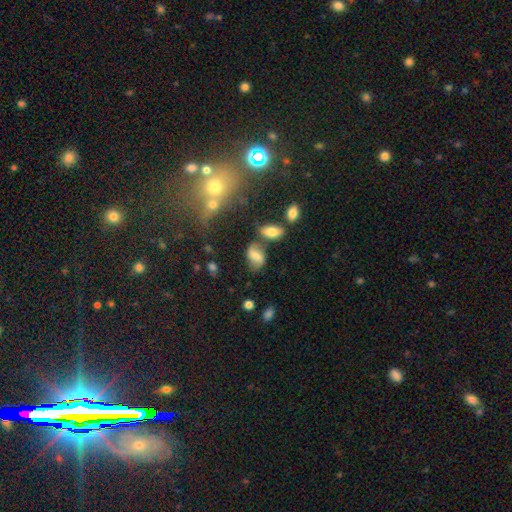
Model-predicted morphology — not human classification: The model was most divided on "smooth or featured": smooth: 58%, featured or disk: 30%, star or artifact: 12%. More confident: how rounded — in between (81%); merging — none (57%).